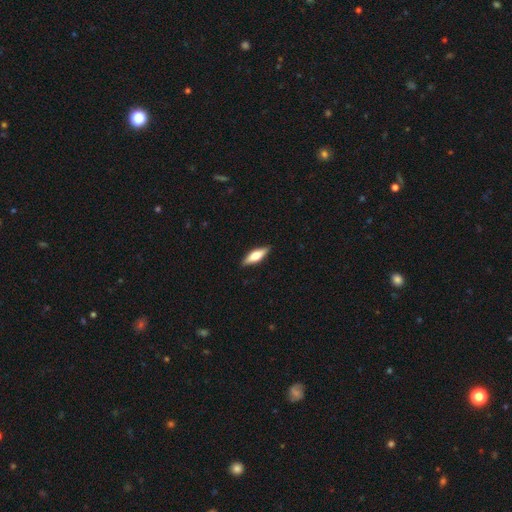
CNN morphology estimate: smooth 53%, featured or disk 41%, star or artifact 6%. Down the decision tree: how rounded — in between (49%); merging — none (89%).